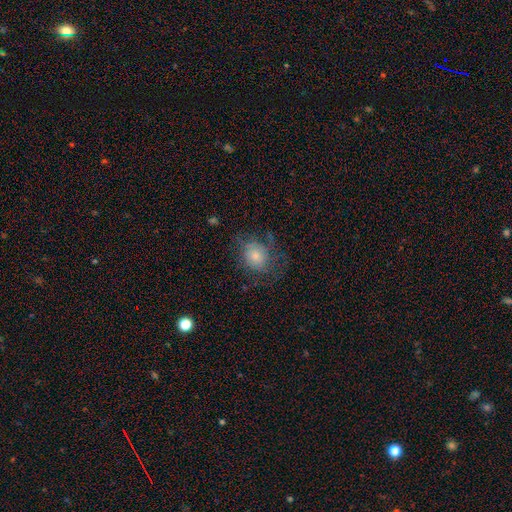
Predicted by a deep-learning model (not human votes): Smooth or featured? Predicted: smooth (p=0.68). How rounded? Predicted: round (p=0.66). Merging? Predicted: none (p=0.55).